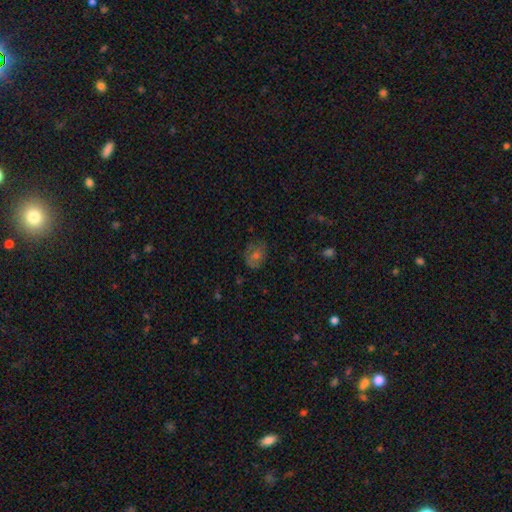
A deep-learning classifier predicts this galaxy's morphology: A smooth galaxy with no disk features (50%). Merging: none (72%).